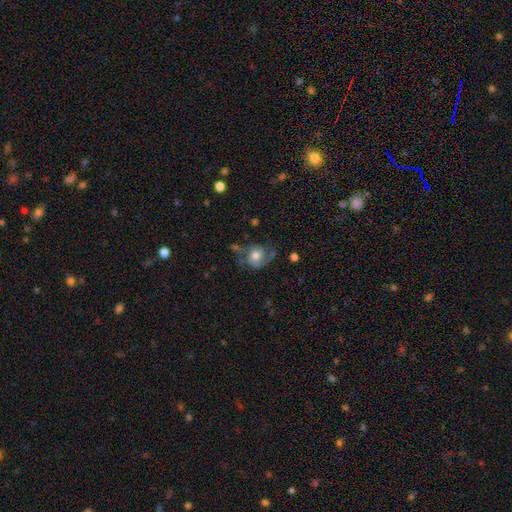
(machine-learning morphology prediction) Smooth or featured? featured or disk (72%)
Edge-on disk? no (97%)
Bar? no (74%)
Spiral arms? yes (92%)
Spiral winding? medium (49%)
Spiral arm count? 2 (86%)
Bulge size? moderate (61%)
Merging? none (56%)